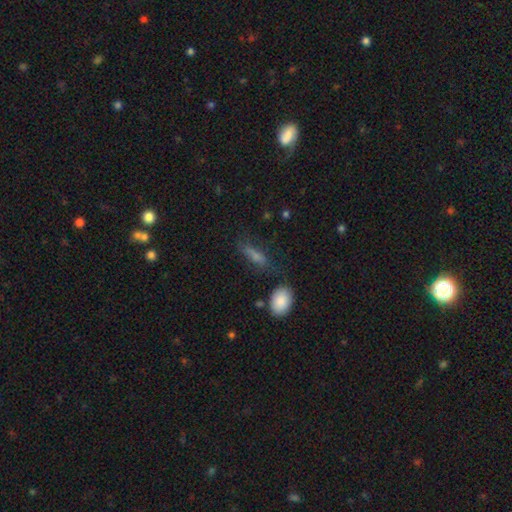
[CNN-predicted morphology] This appears to be a smooth galaxy with no disk features (61%) that is cigar-shaped (55%). Merging: none (64%).